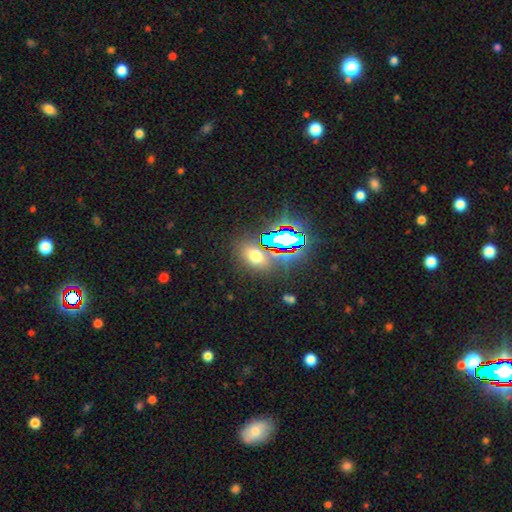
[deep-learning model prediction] smooth-or-featured: smooth: 51% | star or artifact: 39% | featured or disk: 10%
  how-rounded: in between: 67% | round: 30% | cigar-shaped: 3%
  merging: none: 77% | minor disturbance: 11% | merger: 7% | major disturbance: 5%